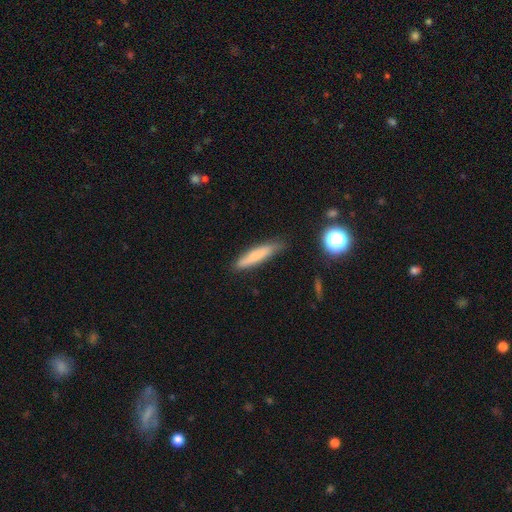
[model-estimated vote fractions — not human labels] This is likely a smooth galaxy (71%). How rounded: clearly cigar-shaped (88%). Merging: likely none (77%).